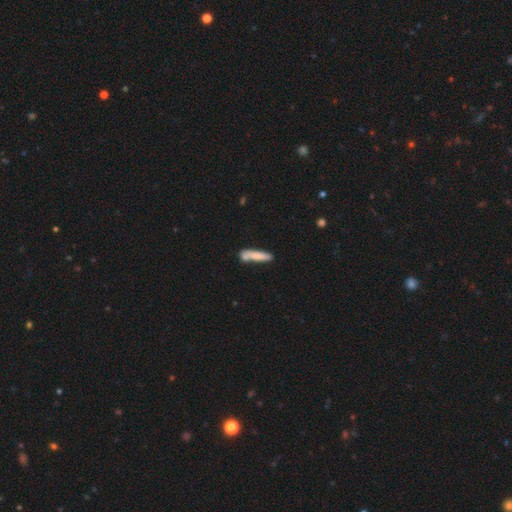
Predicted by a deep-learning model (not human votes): The model was most divided on "merging": none: 61%, merger: 18%, minor disturbance: 17%, major disturbance: 5%. More confident: how rounded — cigar-shaped (85%); smooth or featured — smooth (75%).